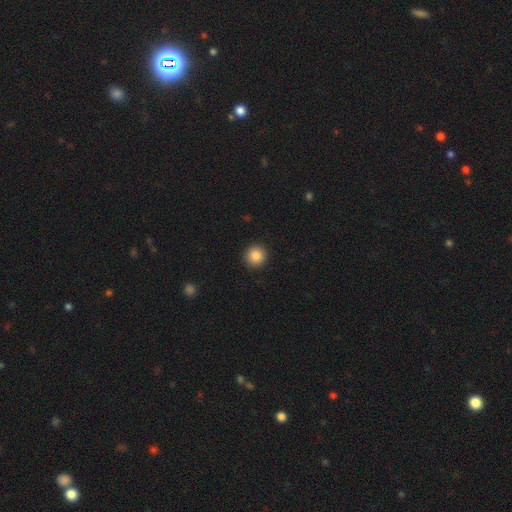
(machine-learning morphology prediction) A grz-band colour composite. It shows a smooth galaxy with no disk features (87%) that is round (95%). Merging: none (93%).